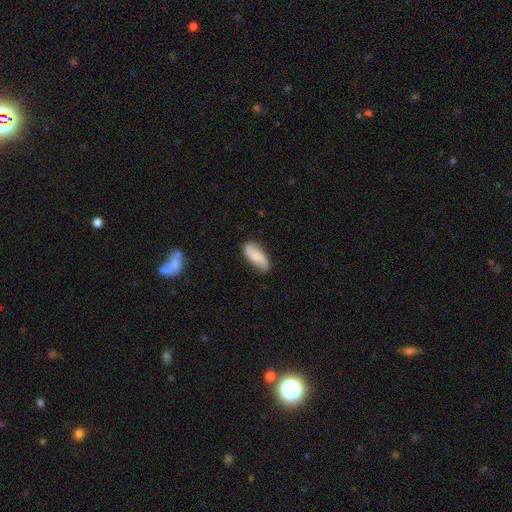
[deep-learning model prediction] This is likely a smooth galaxy (61%). How rounded: likely in between (78%). Merging: likely none (72%).